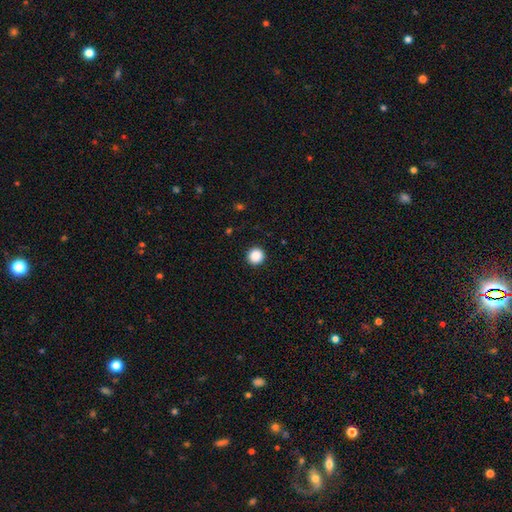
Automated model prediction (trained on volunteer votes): This is clearly a smooth galaxy (88%). How rounded: clearly round (95%). Merging: clearly none (92%).